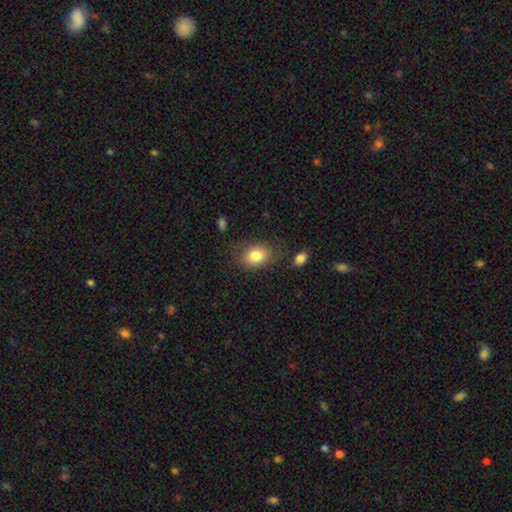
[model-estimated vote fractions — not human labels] Overall: smooth (82%). How rounded: in between (71%). Merging: none (74%).